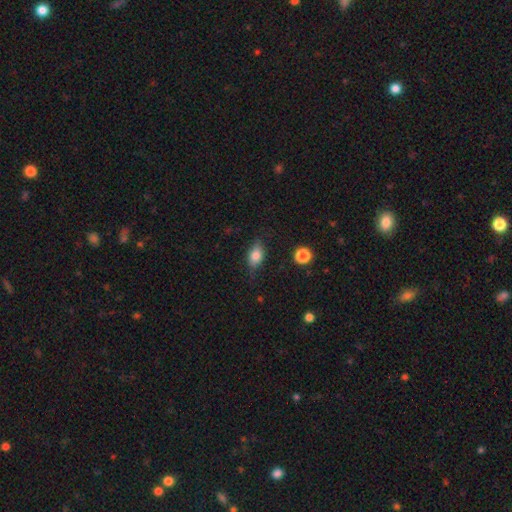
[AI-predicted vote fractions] Smooth or featured? Predicted: smooth (p=0.74). How rounded? Predicted: in between (p=0.82). Merging? Predicted: none (p=0.72).